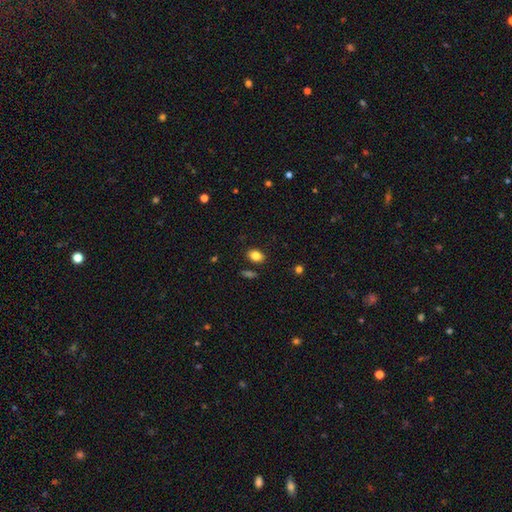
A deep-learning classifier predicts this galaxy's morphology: Overall: smooth (83%). How rounded: in between (77%). Merging: none (85%).